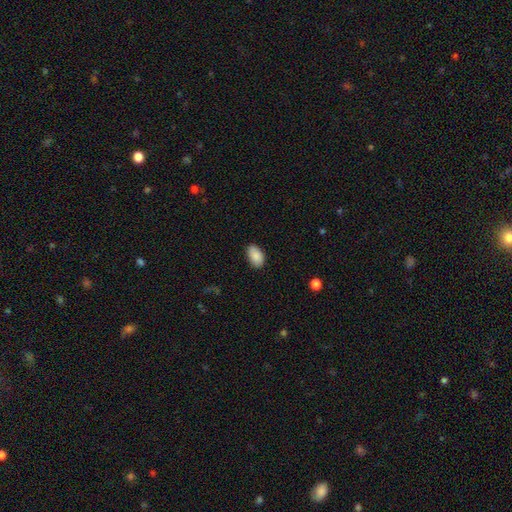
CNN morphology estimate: Smooth or featured? smooth (89%)
How rounded? in between (94%)
Merging? none (86%)